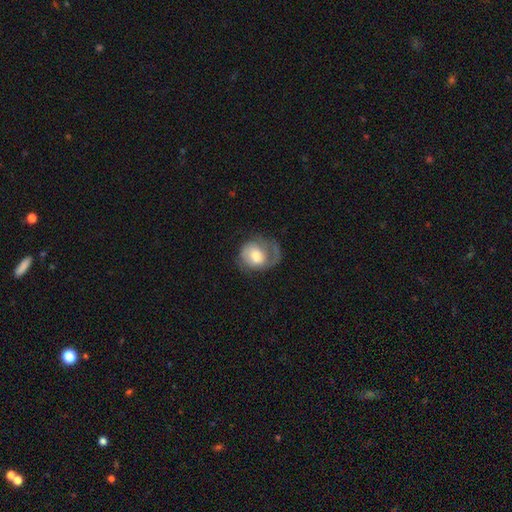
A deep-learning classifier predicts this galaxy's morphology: Q: Smooth or featured?
A: featured or disk (48%); runner-up: smooth (45%)
Q: Merging?
A: none (38%); runner-up: major disturbance (37%)